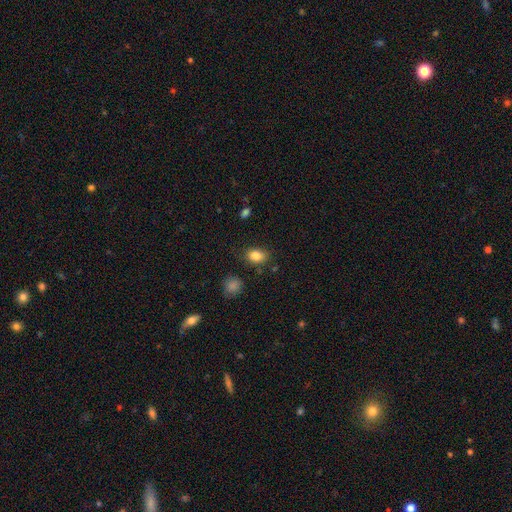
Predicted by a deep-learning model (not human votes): Smooth or featured? Predicted: smooth (p=0.84). How rounded? Predicted: in between (p=0.76). Merging? Predicted: none (p=0.82).